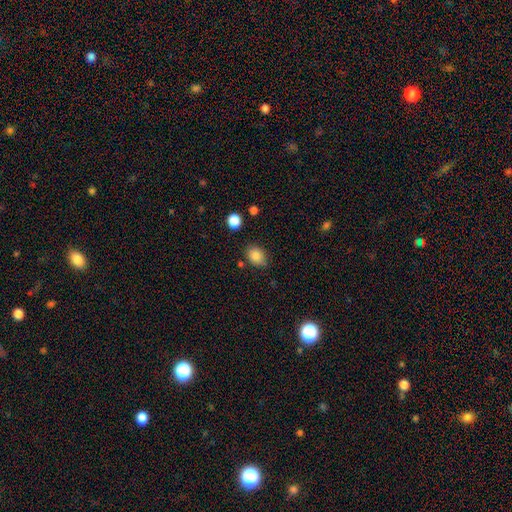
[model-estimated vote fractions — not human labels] smooth-or-featured: smooth: 85% | star or artifact: 10% | featured or disk: 5%
  how-rounded: in between: 55% | round: 44% | cigar-shaped: 1%
  merging: none: 77% | minor disturbance: 16% | merger: 4% | major disturbance: 4%